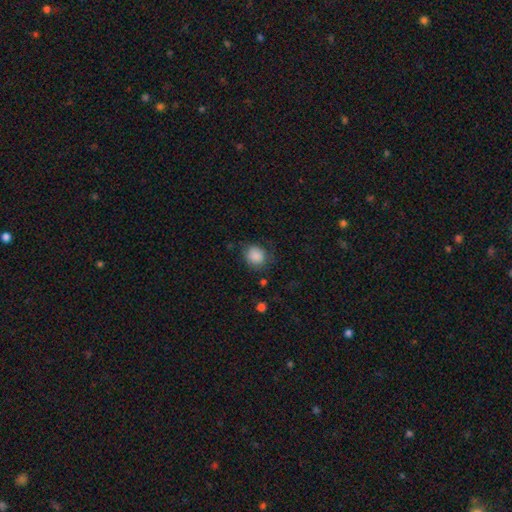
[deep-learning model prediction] smooth-or-featured: smooth: 87% | star or artifact: 9% | featured or disk: 5%
  how-rounded: round: 73% | in between: 26% | cigar-shaped: 1%
  merging: none: 70% | minor disturbance: 21% | major disturbance: 7% | merger: 2%